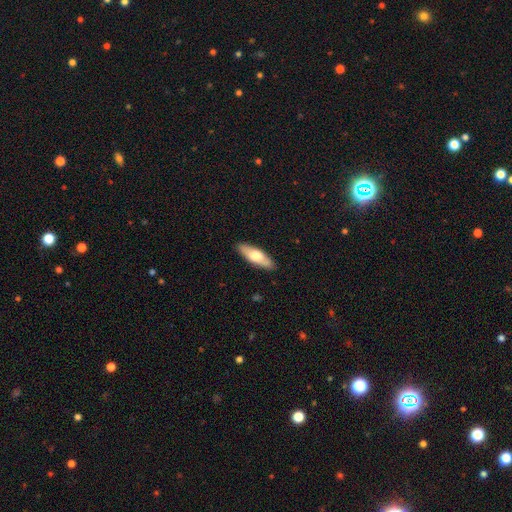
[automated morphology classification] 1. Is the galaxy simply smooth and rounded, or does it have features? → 63% smooth, 32% featured or disk, 5% star or artifact.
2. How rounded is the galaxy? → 54% in between, 44% cigar-shaped, 2% round.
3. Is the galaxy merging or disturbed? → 89% none, 8% minor disturbance, 2% major disturbance, 1% merger.